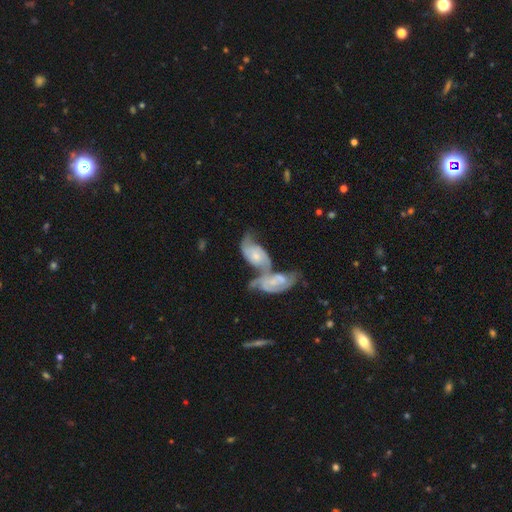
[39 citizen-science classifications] smooth-or-featured: featured or disk: 85% | smooth: 10% | star or artifact: 5%
  disk-edge-on: no: 94% | yes: 6%
    bar: no: 65% | weak: 26% | strong: 10%
    has-spiral-arms: yes: 97% | no: 3%
      spiral-winding: medium: 50% | loose: 37% | tight: 13%
      spiral-arm-count: 2: 73% | can't tell: 27% | 1: 0% | 3: 0% | 4: 0% | more than 4: 0%
    bulge-size: moderate: 48% | small: 32% | large: 16% | none: 3% | dominant: 0%
  merging: merger: 65% | none: 22% | minor disturbance: 8% | major disturbance: 5%